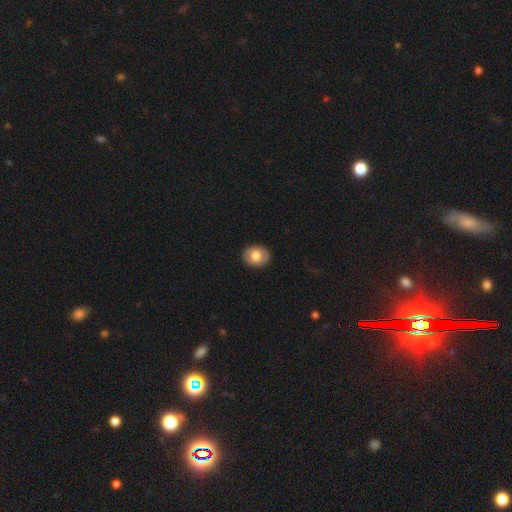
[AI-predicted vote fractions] smooth_or_featured: smooth (p=0.65) [alt: featured or disk p=0.28]
how_rounded: in between (p=0.50) [alt: round p=0.49]
merging: none (p=0.86) [alt: minor disturbance p=0.11]